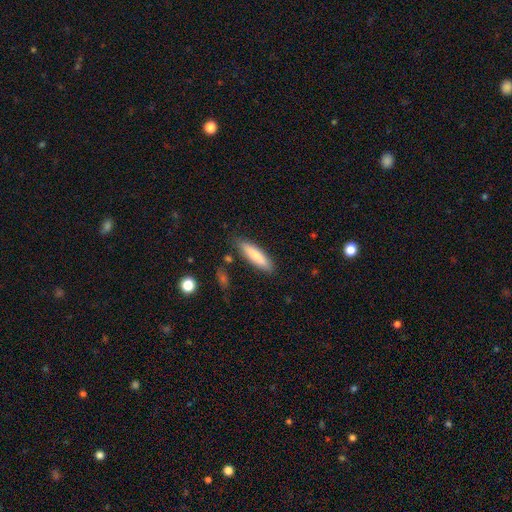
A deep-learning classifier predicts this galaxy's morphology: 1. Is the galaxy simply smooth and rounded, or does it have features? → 78% smooth, 16% featured or disk, 6% star or artifact.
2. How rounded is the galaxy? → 72% cigar-shaped, 27% in between, 1% round.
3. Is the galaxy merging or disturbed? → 83% none, 12% minor disturbance, 3% major disturbance, 2% merger.